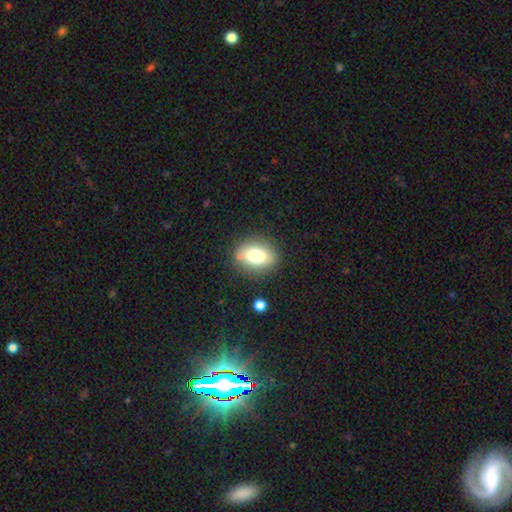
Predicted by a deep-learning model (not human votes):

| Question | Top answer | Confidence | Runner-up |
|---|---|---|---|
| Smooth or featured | smooth | 76% | featured or disk (13%) |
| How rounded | in between | 64% | round (35%) |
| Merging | none | 81% | minor disturbance (12%) |